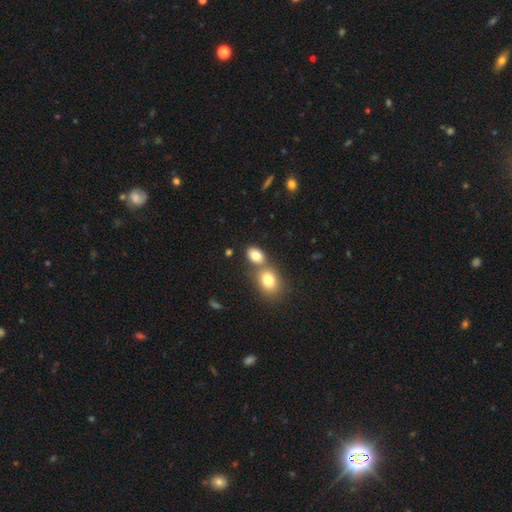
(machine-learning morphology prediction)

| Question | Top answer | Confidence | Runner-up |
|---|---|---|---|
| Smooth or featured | smooth | 81% | featured or disk (10%) |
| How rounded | in between | 76% | round (22%) |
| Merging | merger | 45% | none (43%) |